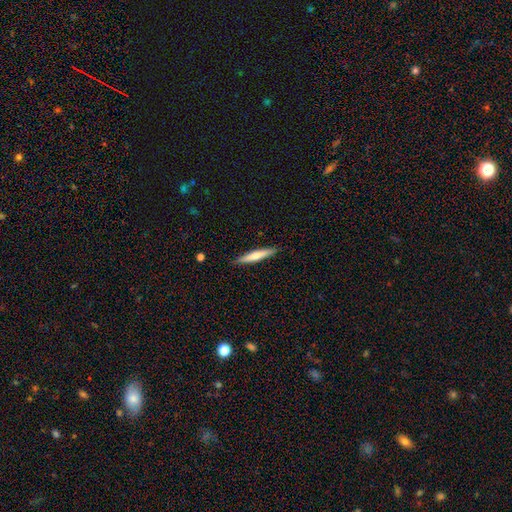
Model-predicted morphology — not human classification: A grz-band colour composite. It shows a smooth galaxy with no disk features (56%) that is cigar-shaped (92%). Merging: none (89%).